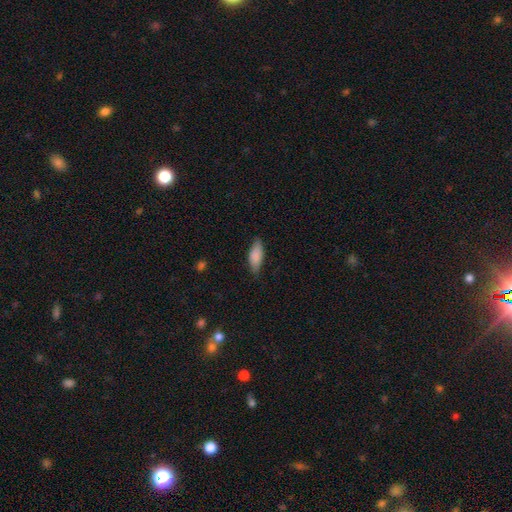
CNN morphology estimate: Smooth or featured? smooth (85%)
How rounded? in between (77%)
Merging? none (76%)